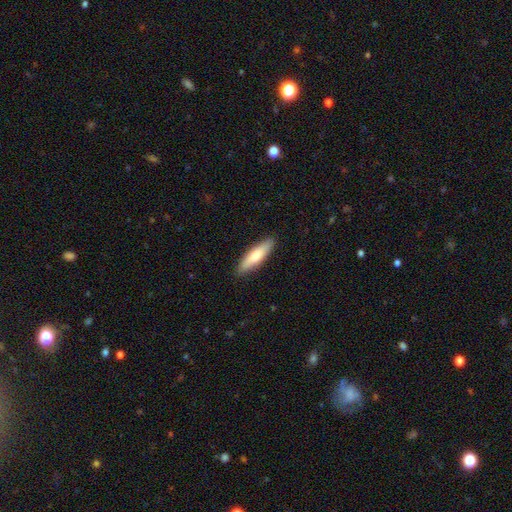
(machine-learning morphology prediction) Smooth or featured?
  - smooth: 73% *
  - featured or disk: 22%
  - star or artifact: 5%
How rounded?
  - cigar-shaped: 70% *
  - in between: 28%
  - round: 1%
Merging?
  - none: 89% *
  - minor disturbance: 9%
  - major disturbance: 2%
  - merger: 1%